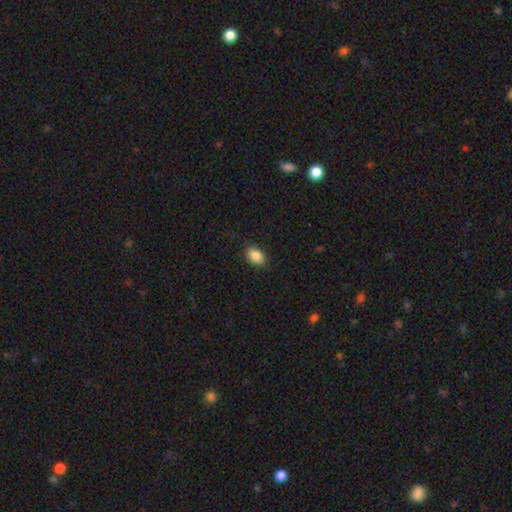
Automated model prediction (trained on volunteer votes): Smooth or featured: smooth — 87% (star or artifact — 8%)
How rounded: in between — 85% (round — 13%)
Merging: none — 87% (minor disturbance — 10%)